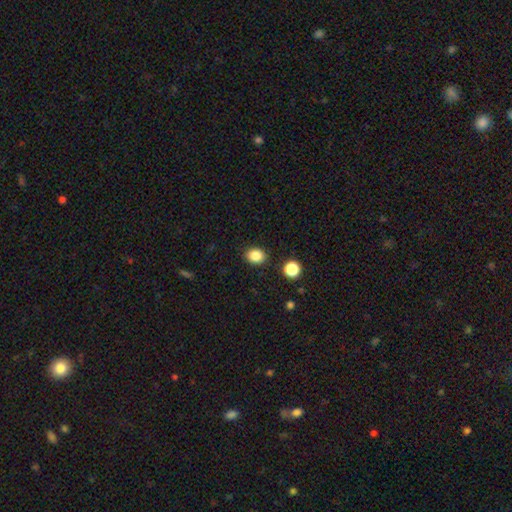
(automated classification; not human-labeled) This appears to be a smooth galaxy with no disk features (84%) that is round (55%). Merging: none (88%).